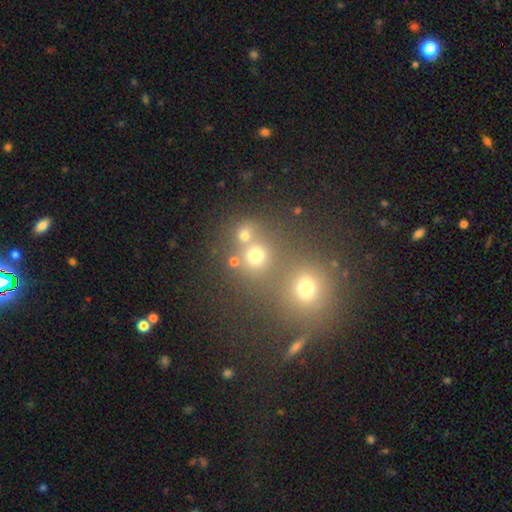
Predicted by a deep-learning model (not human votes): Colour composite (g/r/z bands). It shows a smooth galaxy with no disk features (72%) that is round (85%). Merging: none (54%).